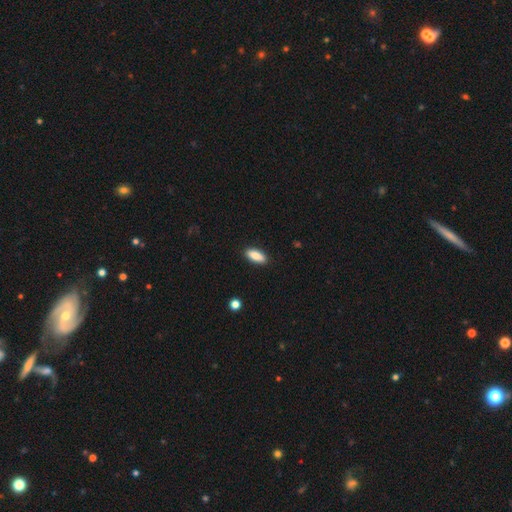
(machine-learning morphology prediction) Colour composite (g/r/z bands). It shows a smooth galaxy with no disk features (85%) that is in between round and cigar-shaped (73%). Merging: none (90%).